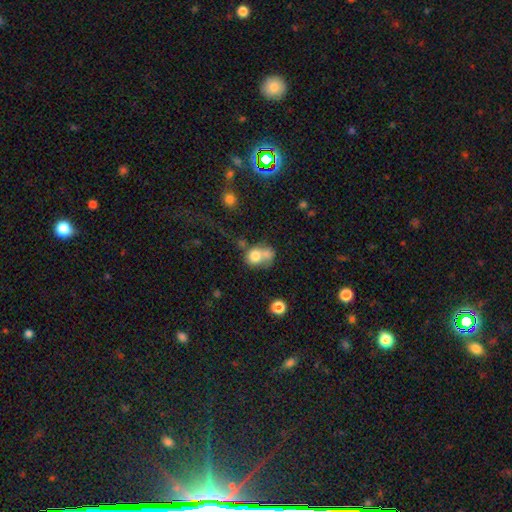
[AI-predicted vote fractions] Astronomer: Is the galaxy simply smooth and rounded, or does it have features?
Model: smooth — 73%.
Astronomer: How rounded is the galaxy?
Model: round — 63%.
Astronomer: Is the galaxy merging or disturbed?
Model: merger — 61%.